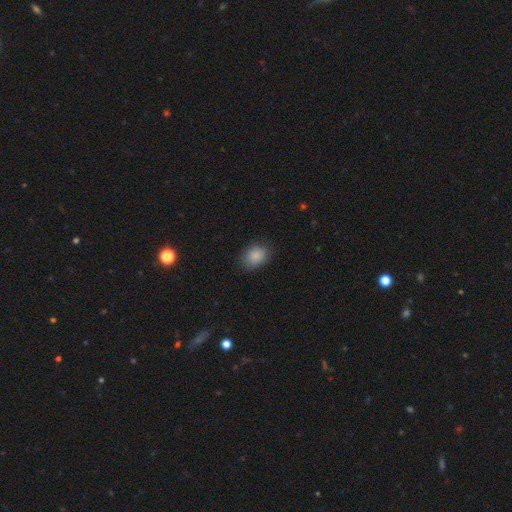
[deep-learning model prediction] smooth_or_featured: smooth (p=0.87) [alt: star or artifact p=0.08]
how_rounded: in between (p=0.57) [alt: round p=0.42]
merging: none (p=0.80) [alt: minor disturbance p=0.15]